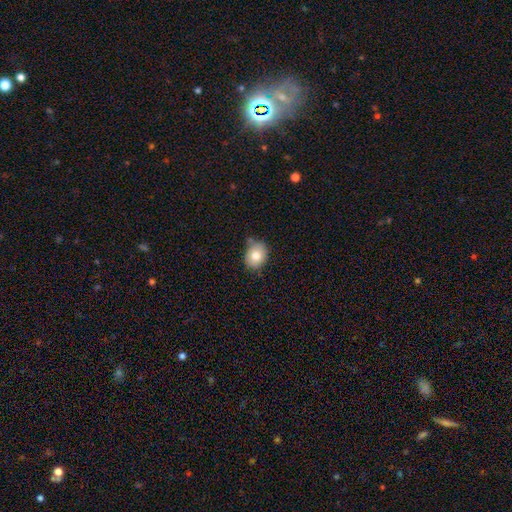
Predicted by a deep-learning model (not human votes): A smooth galaxy with no disk features (80%) that is round (50%).

Vote fractions:
- Smooth or featured? smooth: 80% / featured or disk: 12% / star or artifact: 9%
- How rounded? round: 50% / in between: 49% / cigar-shaped: 1%
- Merging? none: 70% / minor disturbance: 22% / merger: 4% / major disturbance: 4%